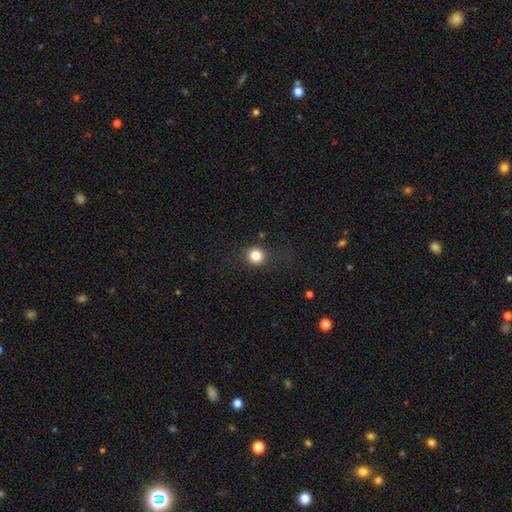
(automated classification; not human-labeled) smooth 82%, star or artifact 12%, featured or disk 6%. Down the decision tree: how rounded — round (92%); merging — none (84%).